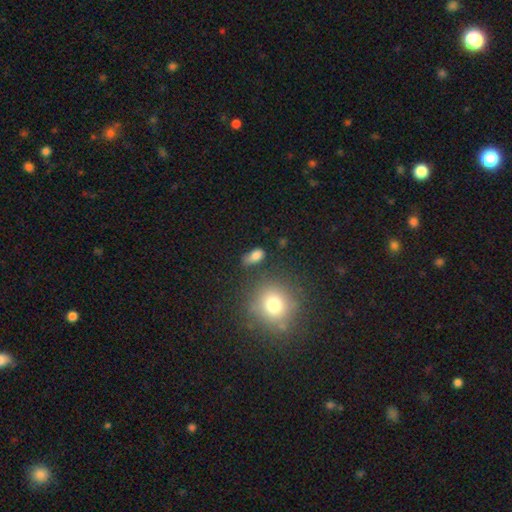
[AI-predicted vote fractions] A smooth galaxy with no disk features (80%) that is in between round and cigar-shaped (82%).

Vote fractions:
- Smooth or featured? smooth: 80% / star or artifact: 12% / featured or disk: 8%
- How rounded? in between: 82% / round: 13% / cigar-shaped: 5%
- Merging? none: 62% / minor disturbance: 22% / major disturbance: 9% / merger: 7%